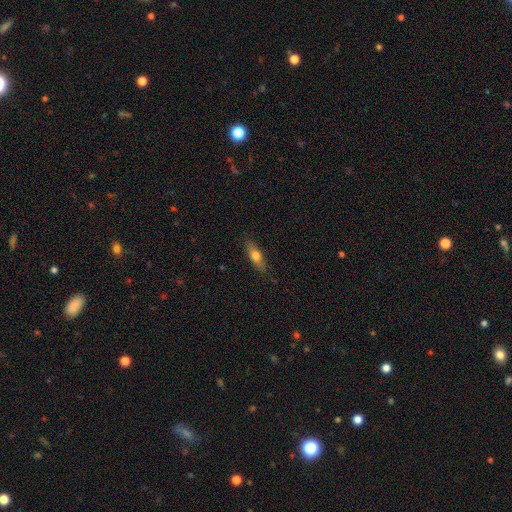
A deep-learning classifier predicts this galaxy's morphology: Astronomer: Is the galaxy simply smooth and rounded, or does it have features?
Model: smooth — 60%.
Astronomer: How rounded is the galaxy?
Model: cigar-shaped — 50% (runner-up: in between, 47%).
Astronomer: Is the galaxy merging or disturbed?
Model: none — 83%.